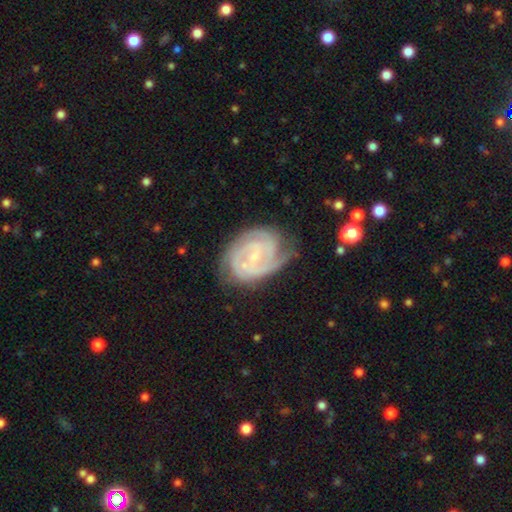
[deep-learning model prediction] Overall: featured or disk (87%). Edge-on disk: no (98%). Bar: weak (48%; no 38%). Spiral arms: yes (97%). Spiral arm count: 2 (44%; 3 23%). Spiral winding: tight (67%; medium 28%). Bulge size: small (74%). Merging: none (66%).